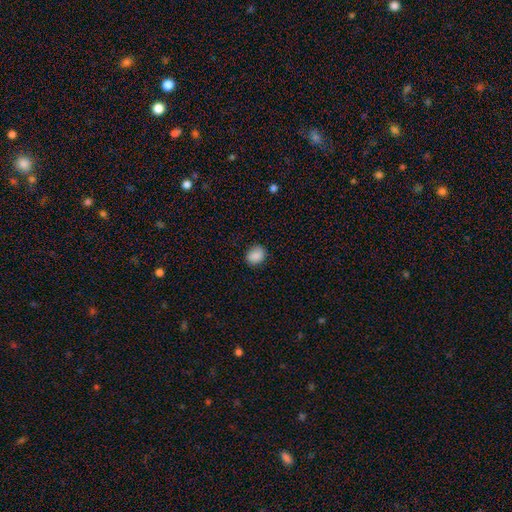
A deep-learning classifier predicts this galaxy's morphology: Smooth or featured? smooth (87%)
How rounded? round (60%)
Merging? none (79%)